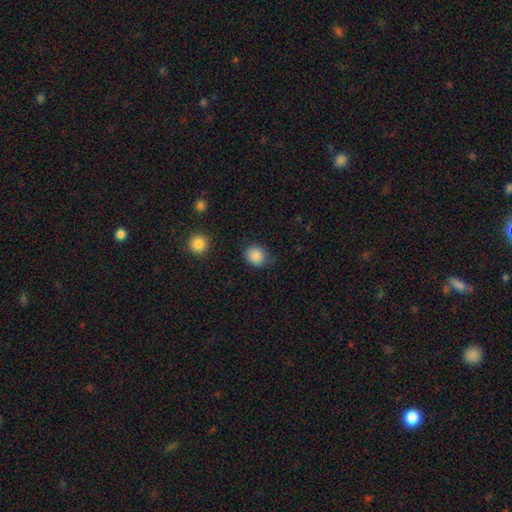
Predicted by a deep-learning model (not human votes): A smooth galaxy with no disk features (86%) that is round (69%).

Vote fractions:
- Smooth or featured? smooth: 86% / star or artifact: 9% / featured or disk: 4%
- How rounded? round: 69% / in between: 30% / cigar-shaped: 1%
- Merging? none: 74% / minor disturbance: 20% / major disturbance: 5% / merger: 2%